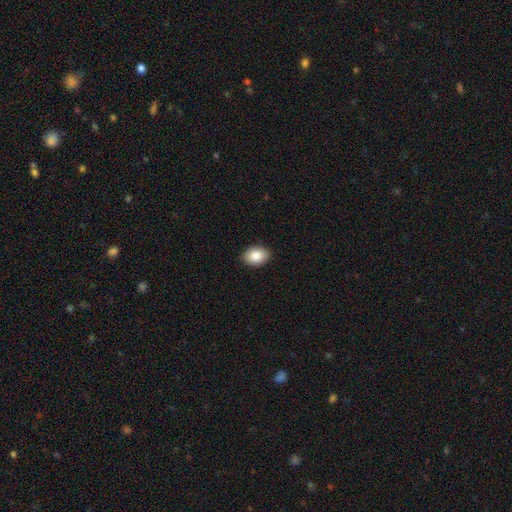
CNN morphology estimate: This appears to be a smooth galaxy with no disk features (86%) that is in between round and cigar-shaped (80%). Merging: none (90%).